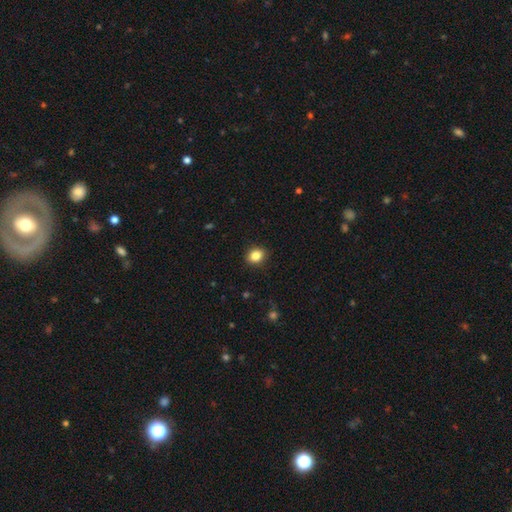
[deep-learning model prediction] A smooth galaxy with no disk features (85%) that is round (57%). Merging: none (89%).